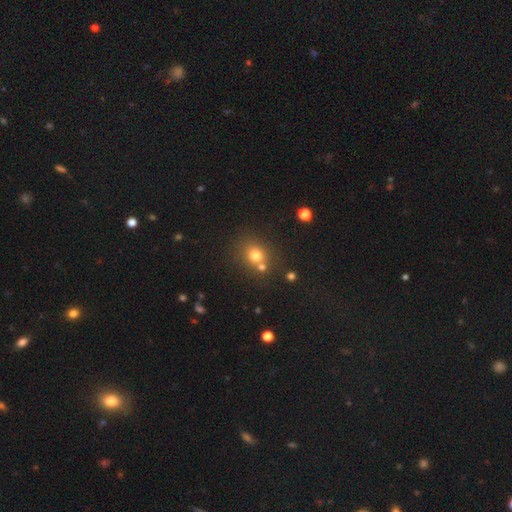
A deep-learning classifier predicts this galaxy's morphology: This is likely a smooth galaxy (73%). How rounded: likely round (75%). Merging: likely none (62%).